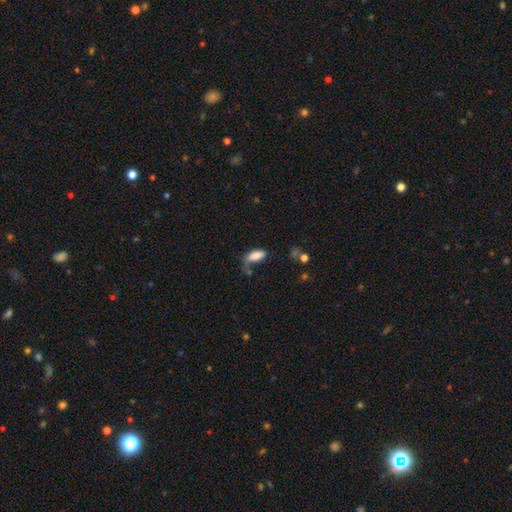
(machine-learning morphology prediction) A smooth galaxy with no disk features (81%) that is in between round and cigar-shaped (84%). Merging: none (39%).